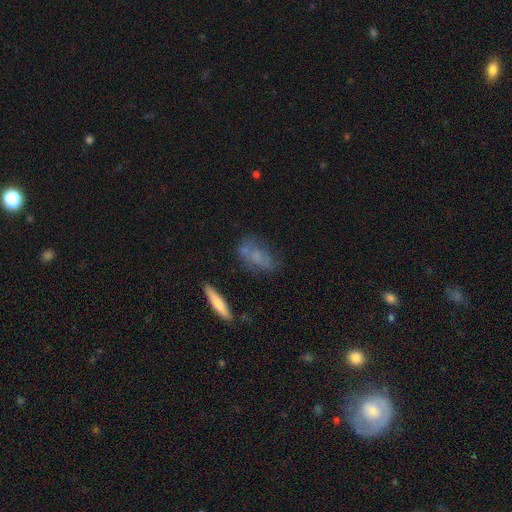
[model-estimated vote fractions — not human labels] A smooth galaxy with no disk features (52%) that is in between round and cigar-shaped (75%). Merging: none (54%).